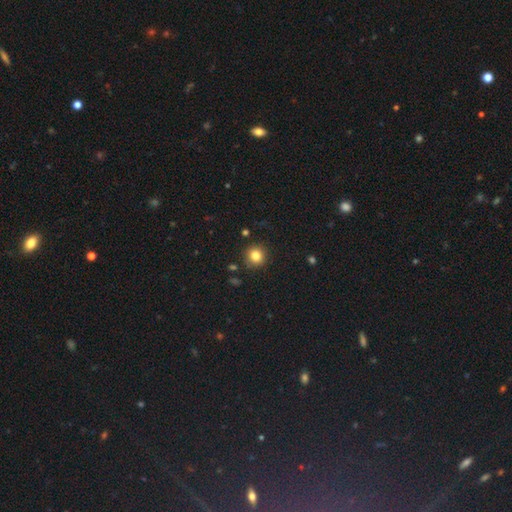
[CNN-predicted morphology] This is clearly a smooth galaxy (82%). How rounded: clearly round (91%). Merging: clearly none (88%).